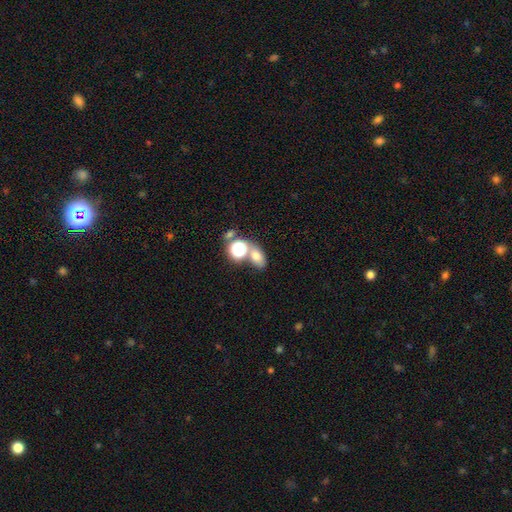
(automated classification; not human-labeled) This is likely a smooth galaxy (69%). How rounded: likely in between (70%). Merging: possibly none (50%).